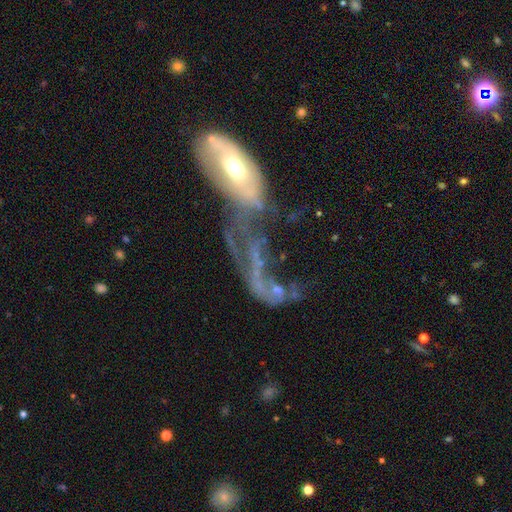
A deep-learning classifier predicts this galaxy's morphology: featured or disk 61%, smooth 26%, star or artifact 13%. Down the decision tree: edge-on disk — no (89%); bar — no (74%); spiral arms — no (69%); bulge size — moderate (44%); merging — major disturbance (39%, tied with merger).